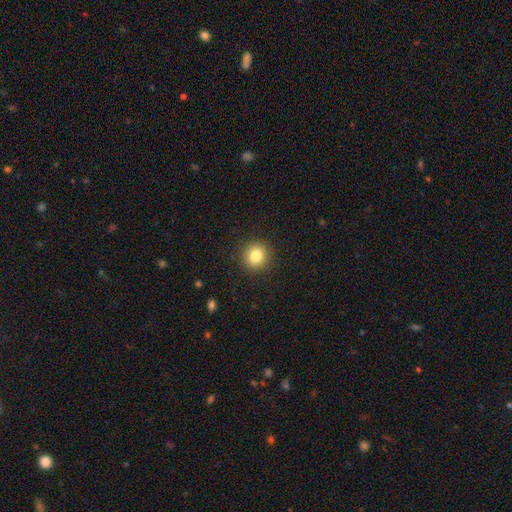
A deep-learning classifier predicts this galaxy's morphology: This is clearly a smooth galaxy (83%). How rounded: clearly round (91%). Merging: clearly none (91%).